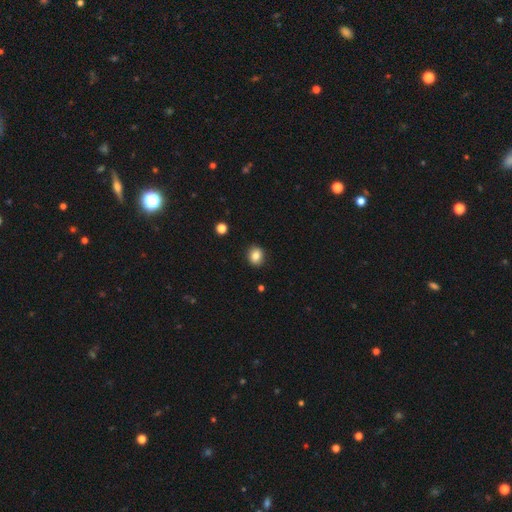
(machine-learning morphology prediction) Q: Smooth or featured?
A: smooth (84%); runner-up: star or artifact (10%)
Q: How rounded?
A: round (63%); runner-up: in between (36%)
Q: Merging?
A: none (90%); runner-up: minor disturbance (7%)